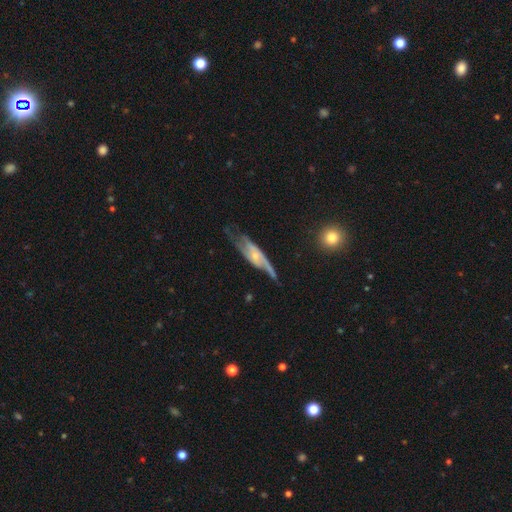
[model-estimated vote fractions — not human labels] Smooth or featured?
  - featured or disk: 77% *
  - smooth: 17%
  - star or artifact: 6%
Edge-on disk?
  - no: 72% *
  - yes: 28%
Bar?
  - no: 59% *
  - weak: 30%
  - strong: 11%
Spiral arms?
  - yes: 86% *
  - no: 14%
Bulge size?
  - small: 65% *
  - moderate: 26%
  - none: 5%
  - large: 2%
  - dominant: 1%
Merging?
  - none: 49% *
  - minor disturbance: 28%
  - major disturbance: 20%
  - merger: 3%